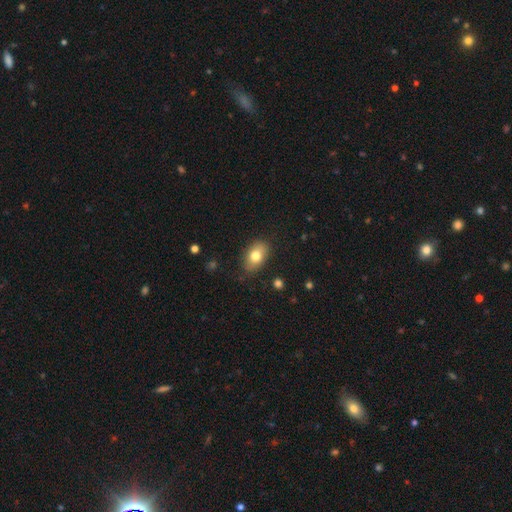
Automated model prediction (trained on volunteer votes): A smooth galaxy with no disk features (78%) that is in between round and cigar-shaped (86%). Merging: none (81%).